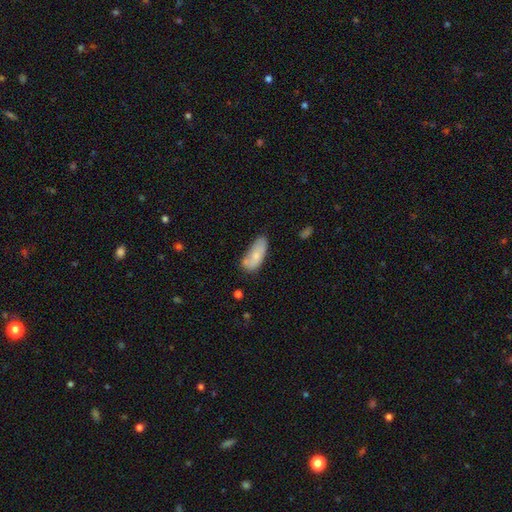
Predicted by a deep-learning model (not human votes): smooth_or_featured: smooth (p=0.70) [alt: featured or disk p=0.23]
how_rounded: in between (p=0.83) [alt: cigar-shaped p=0.14]
merging: none (p=0.52) [alt: minor disturbance p=0.29]